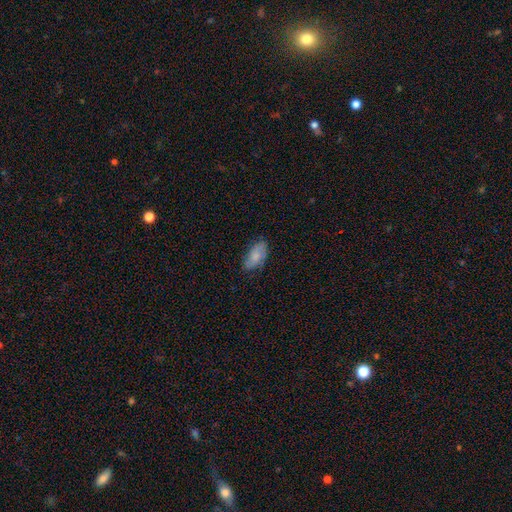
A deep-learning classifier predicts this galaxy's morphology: type=smooth (73%); roundness=in between (92%); merging=none (73%).